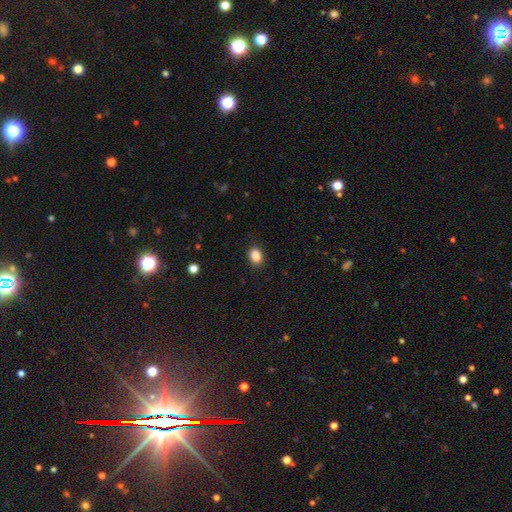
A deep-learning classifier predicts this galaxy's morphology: Q: Smooth or featured?
A: smooth (88%); runner-up: star or artifact (9%)
Q: How rounded?
A: in between (75%); runner-up: round (24%)
Q: Merging?
A: none (88%); runner-up: minor disturbance (9%)